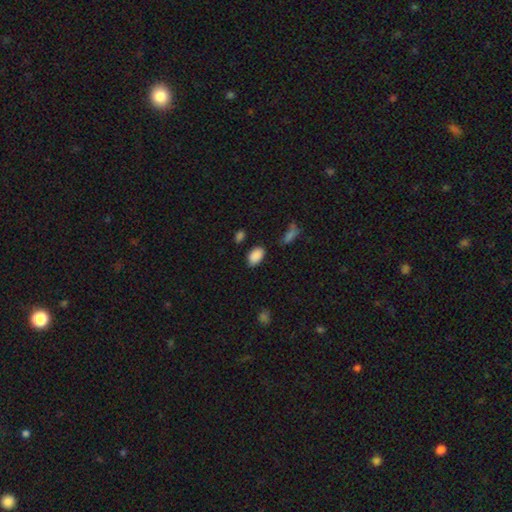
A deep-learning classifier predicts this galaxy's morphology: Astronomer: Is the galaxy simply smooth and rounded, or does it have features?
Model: smooth — 89%.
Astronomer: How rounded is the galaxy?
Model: in between — 92%.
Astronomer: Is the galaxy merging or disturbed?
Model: none — 81%.